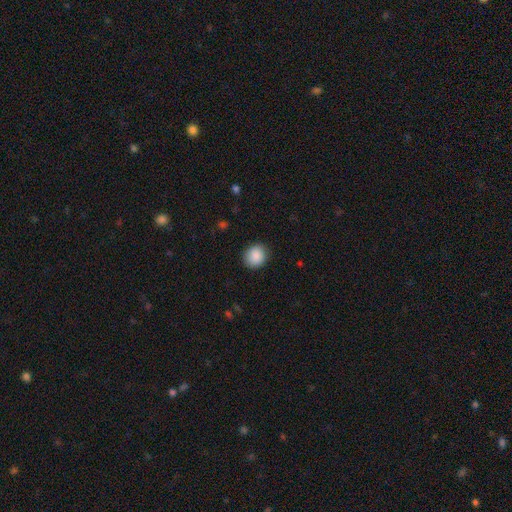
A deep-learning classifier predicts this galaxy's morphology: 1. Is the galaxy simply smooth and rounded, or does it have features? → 89% smooth, 8% star or artifact, 3% featured or disk.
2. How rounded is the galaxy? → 81% round, 18% in between, 1% cigar-shaped.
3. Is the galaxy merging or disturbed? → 89% none, 8% minor disturbance, 2% major disturbance, 1% merger.